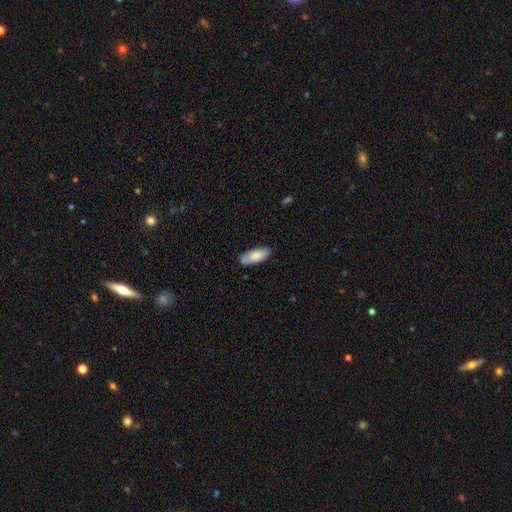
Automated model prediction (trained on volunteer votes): smooth_or_featured: smooth (p=0.80) [alt: featured or disk p=0.14]
how_rounded: in between (p=0.79) [alt: cigar-shaped p=0.19]
merging: none (p=0.77) [alt: minor disturbance p=0.18]